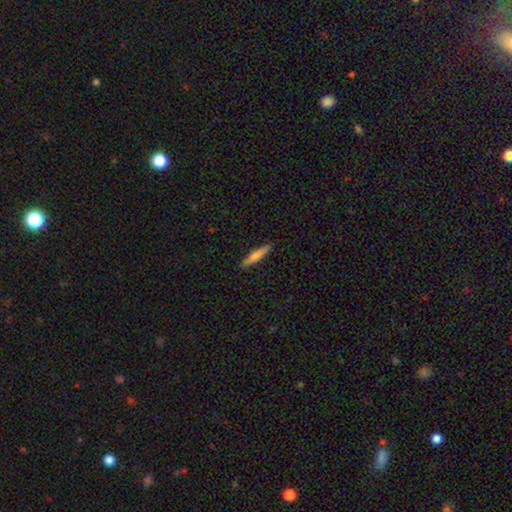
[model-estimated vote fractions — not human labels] Morphology: type=smooth (57%); roundness=cigar-shaped (90%); merging=none (91%).